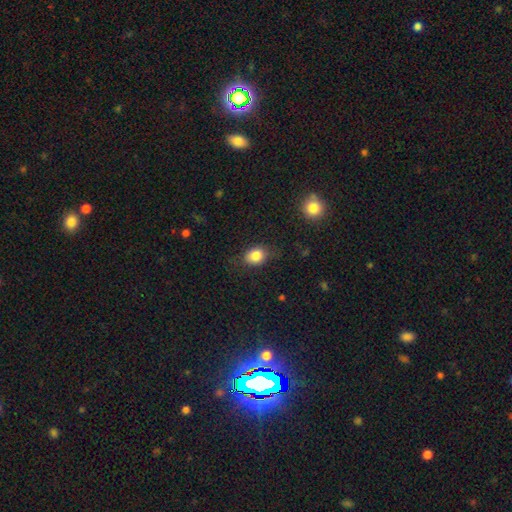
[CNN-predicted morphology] A smooth galaxy with no disk features (85%) that is in between round and cigar-shaped (62%). Merging: none (79%).